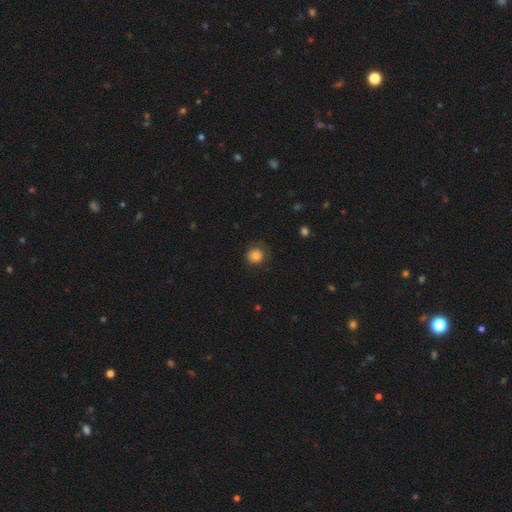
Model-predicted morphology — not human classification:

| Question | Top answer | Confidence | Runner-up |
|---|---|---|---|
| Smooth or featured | smooth | 83% | star or artifact (10%) |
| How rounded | round | 87% | in between (12%) |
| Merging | none | 71% | minor disturbance (20%) |